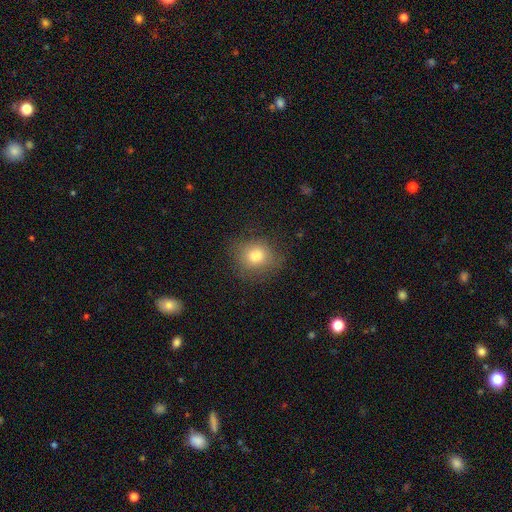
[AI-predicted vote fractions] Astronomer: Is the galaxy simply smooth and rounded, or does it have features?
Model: smooth — 81%.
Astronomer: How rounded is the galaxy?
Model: round — 72%.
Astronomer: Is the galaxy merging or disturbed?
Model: none — 76%.